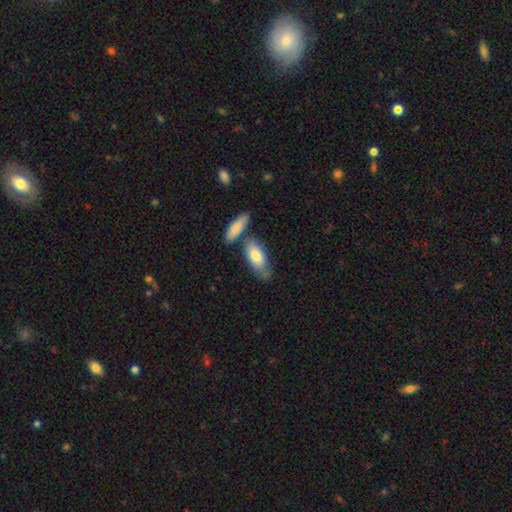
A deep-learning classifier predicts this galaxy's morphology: A smooth galaxy with no disk features (78%) that is in between round and cigar-shaped (80%). Merging: none (56%).